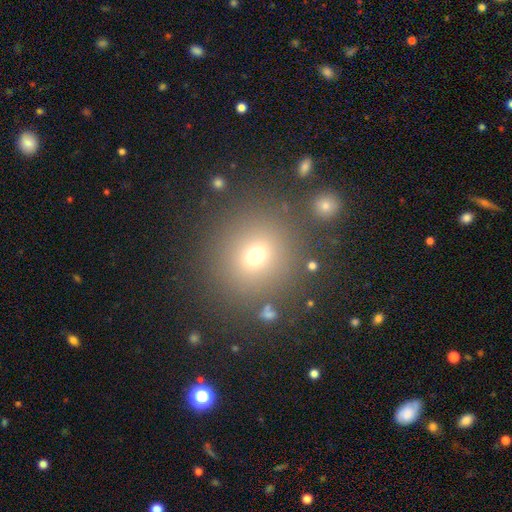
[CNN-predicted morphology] A smooth galaxy with no disk features (67%) that is round (89%). Merging: none (83%).